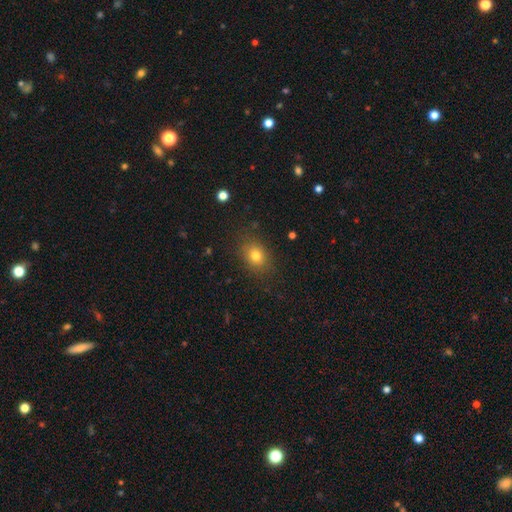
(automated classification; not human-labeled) Smooth or featured: smooth — 78% (star or artifact — 13%)
How rounded: in between — 50% (round — 49%)
Merging: none — 84% (minor disturbance — 11%)